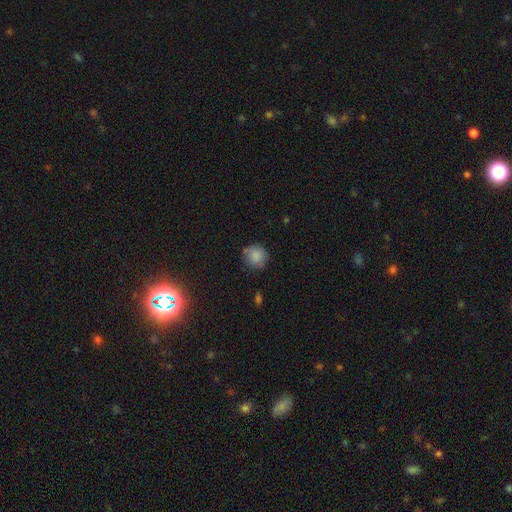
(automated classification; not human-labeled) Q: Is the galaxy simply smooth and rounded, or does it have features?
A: smooth — 85%.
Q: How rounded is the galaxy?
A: round — 89%.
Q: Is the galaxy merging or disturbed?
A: none — 77%.